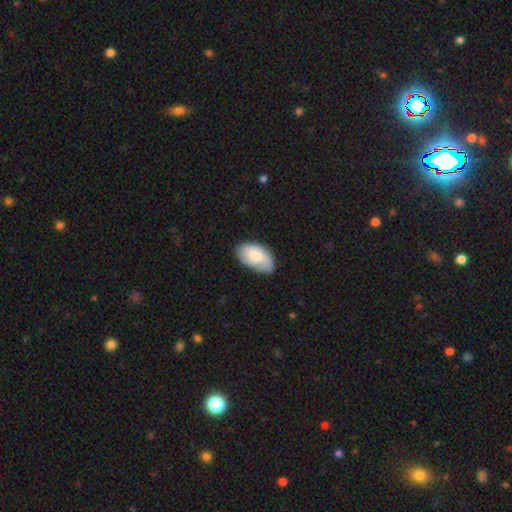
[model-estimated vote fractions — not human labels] Smooth or featured?
  - smooth: 70% *
  - featured or disk: 24%
  - star or artifact: 6%
How rounded?
  - in between: 94% *
  - round: 4%
  - cigar-shaped: 2%
Merging?
  - none: 66% *
  - minor disturbance: 26%
  - major disturbance: 6%
  - merger: 2%